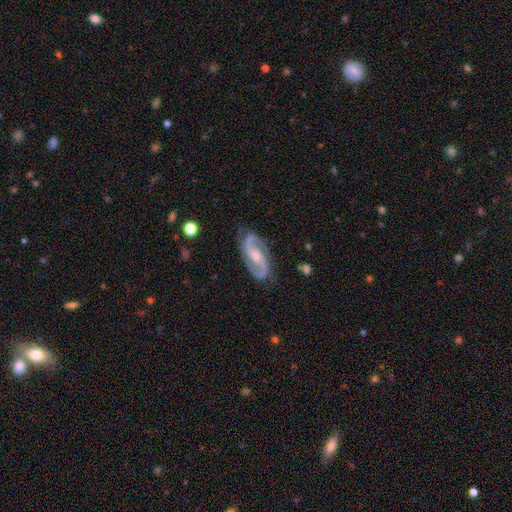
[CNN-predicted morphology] type=featured or disk (92%); edge-on=no (97%); bar=weak (40%); spiral arms=yes (98%); winding=medium (58%); arm count=2 (94%); bulge=moderate (50%); merging=none (82%).